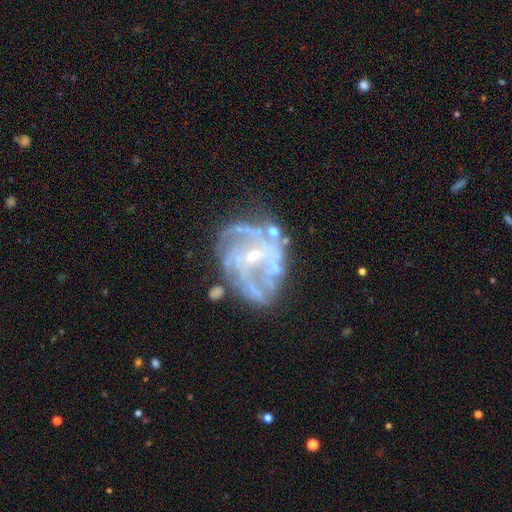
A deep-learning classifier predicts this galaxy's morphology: This appears to be a featured or disk galaxy (84%) with no bar (58%), tight (41%, tied with medium) spiral arms (84%) and a small central bulge (74%). Merging: none (58%).